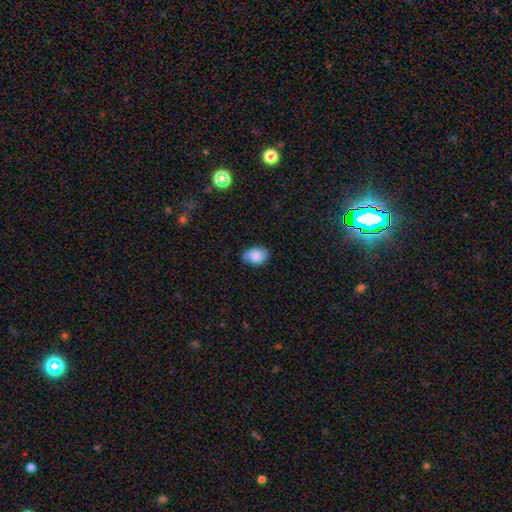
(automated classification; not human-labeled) This appears to be a smooth galaxy with no disk features (83%) that is in between round and cigar-shaped (81%). Merging: none (75%).